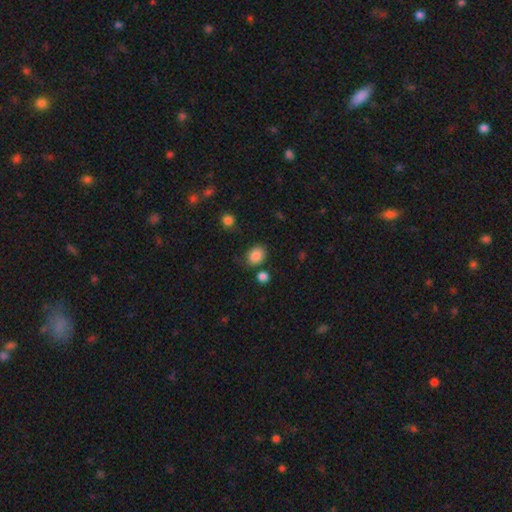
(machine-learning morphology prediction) type=smooth (86%); roundness=in between (53%); merging=none (72%).